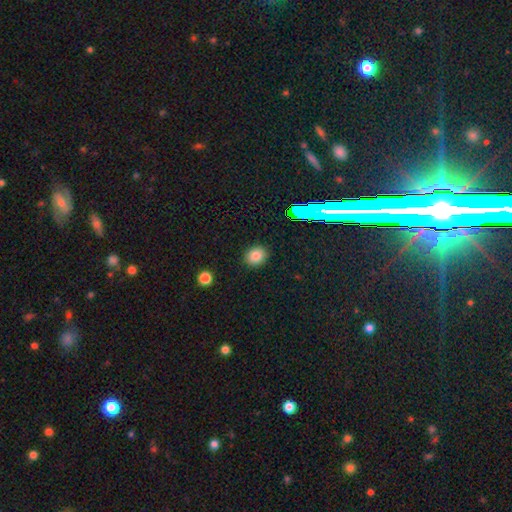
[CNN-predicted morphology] Q: Smooth or featured?
A: smooth (81%); runner-up: star or artifact (13%)
Q: How rounded?
A: round (67%); runner-up: in between (32%)
Q: Merging?
A: none (90%); runner-up: minor disturbance (7%)